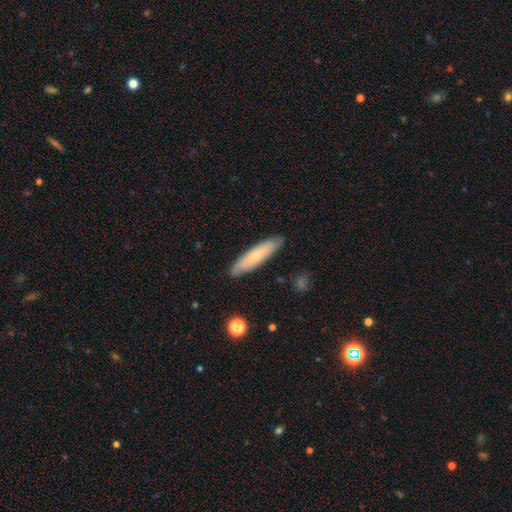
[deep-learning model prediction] smooth-or-featured: smooth: 60% | featured or disk: 34% | star or artifact: 6%
  how-rounded: cigar-shaped: 78% | in between: 21% | round: 2%
  merging: none: 85% | minor disturbance: 12% | major disturbance: 2% | merger: 1%